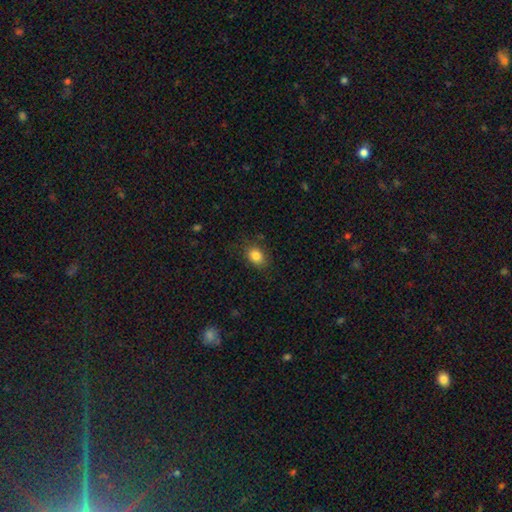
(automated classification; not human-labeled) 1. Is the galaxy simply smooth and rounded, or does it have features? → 84% smooth, 10% star or artifact, 6% featured or disk.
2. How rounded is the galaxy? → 70% in between, 29% round, 1% cigar-shaped.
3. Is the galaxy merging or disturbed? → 80% none, 15% minor disturbance, 4% major disturbance, 1% merger.